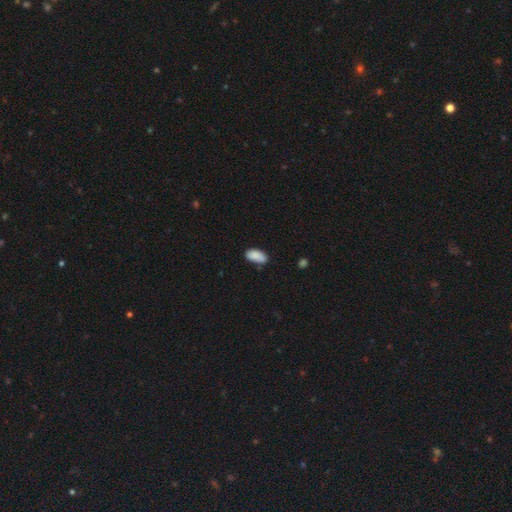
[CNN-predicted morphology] Smooth or featured? Predicted: smooth (p=0.88). How rounded? Predicted: in between (p=0.93). Merging? Predicted: none (p=0.68).